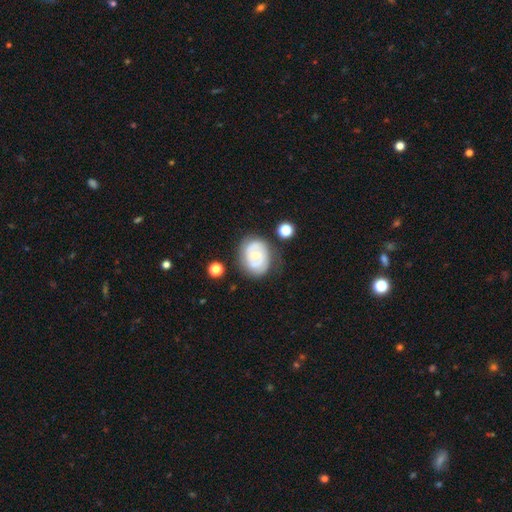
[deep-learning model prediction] A featured or disk galaxy (71%) with no bar (50%), 2 (64%) tight (52%) spiral arms (86%) and a small central bulge (58%). Merging: none (69%).